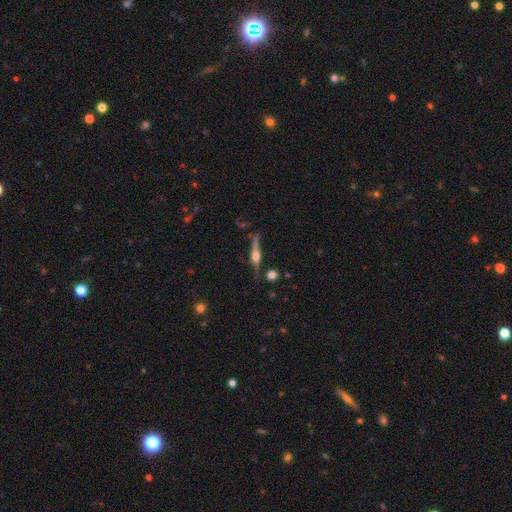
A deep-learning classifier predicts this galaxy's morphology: smooth-or-featured: featured or disk: 80% | smooth: 13% | star or artifact: 7%
  disk-edge-on: yes: 96% | no: 4%
    edge-on-bulge: rounded: 89% | boxy: 8% | none: 3%
  merging: none: 76% | minor disturbance: 14% | major disturbance: 5% | merger: 4%